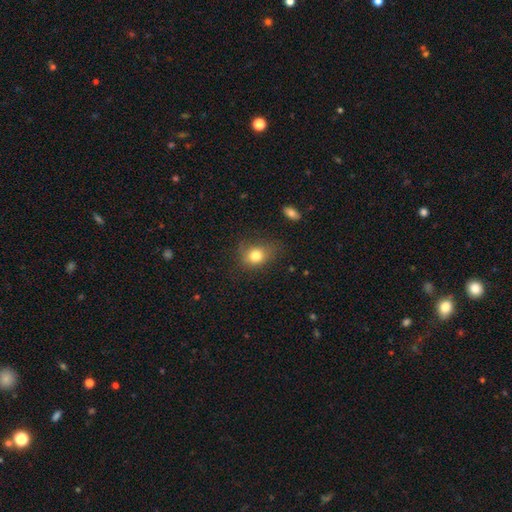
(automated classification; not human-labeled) Smooth or featured: smooth — 79% (star or artifact — 12%)
How rounded: round — 58% (in between — 41%)
Merging: none — 65% (minor disturbance — 24%)